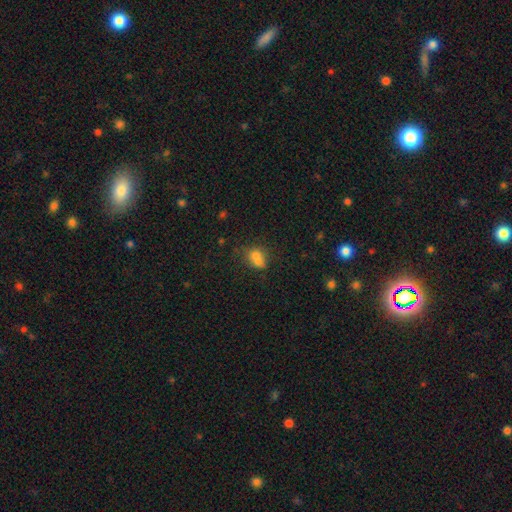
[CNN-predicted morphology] smooth_or_featured: smooth (p=0.68) [alt: featured or disk p=0.18]
how_rounded: in between (p=0.50) [alt: round p=0.48]
merging: merger (p=0.54) [alt: none p=0.30]